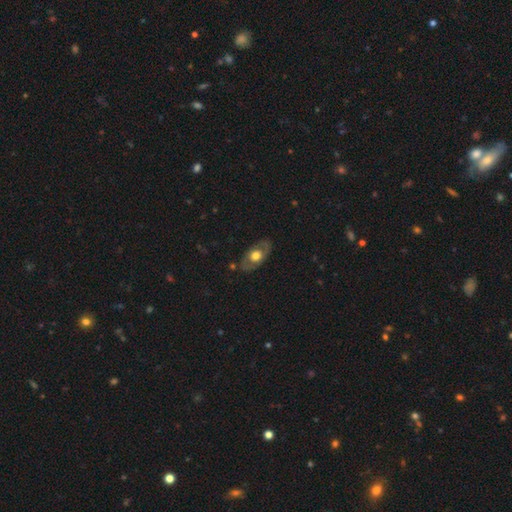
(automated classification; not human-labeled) Overall: featured or disk (52%; smooth 42%). Edge-on disk: no (85%). Merging: none (79%).